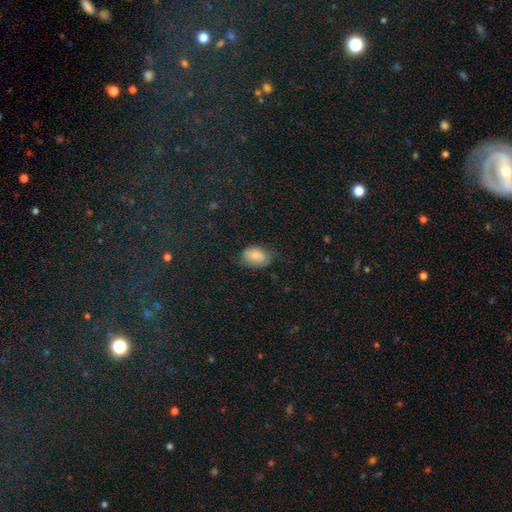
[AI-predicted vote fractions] Overall: smooth (78%). How rounded: in between (80%). Merging: none (65%; minor disturbance 27%).